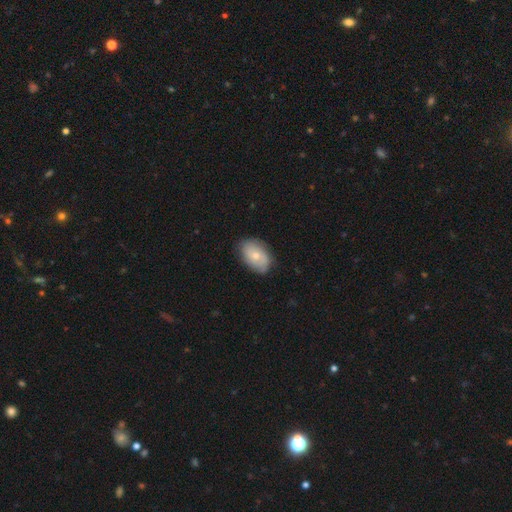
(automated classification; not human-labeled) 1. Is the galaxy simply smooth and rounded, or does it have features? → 52% smooth, 41% featured or disk, 7% star or artifact.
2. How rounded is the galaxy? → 86% in between, 13% round, 1% cigar-shaped.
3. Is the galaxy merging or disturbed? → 77% none, 18% minor disturbance, 4% major disturbance, 1% merger.